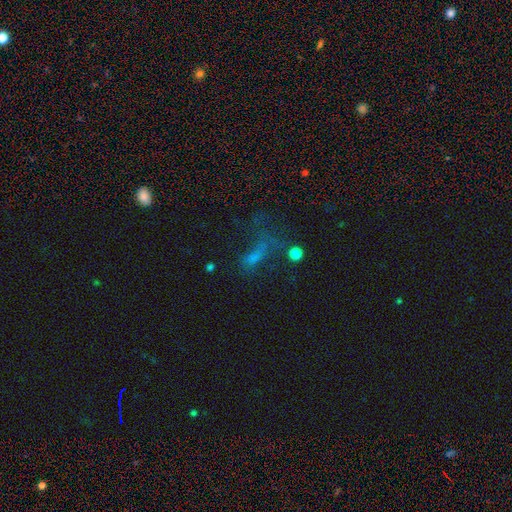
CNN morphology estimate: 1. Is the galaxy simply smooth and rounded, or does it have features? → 42% smooth, 33% star or artifact, 25% featured or disk.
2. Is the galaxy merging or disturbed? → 40% major disturbance, 34% none, 16% minor disturbance, 10% merger.